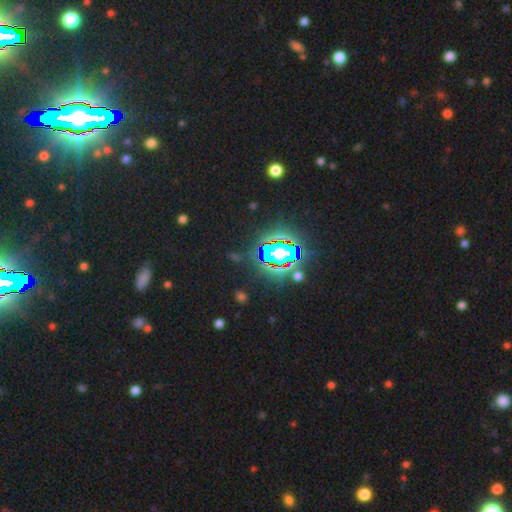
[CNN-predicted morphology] Smooth or featured: star or artifact — 78% (smooth — 13%)